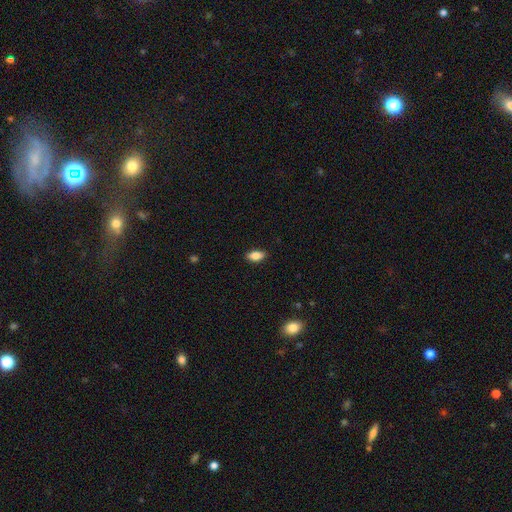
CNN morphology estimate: type=smooth (83%); roundness=in between (89%); merging=none (87%).